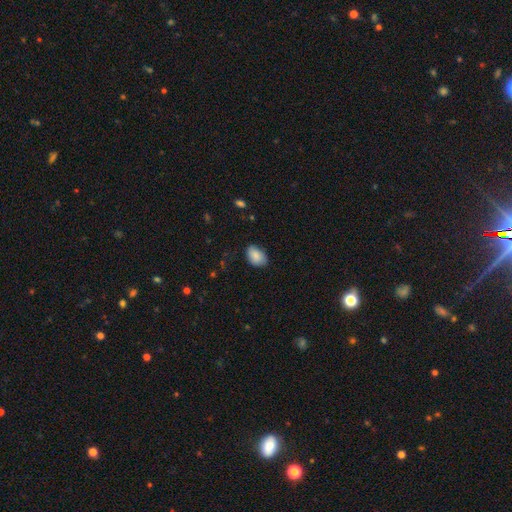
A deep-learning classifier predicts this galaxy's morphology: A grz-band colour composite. It shows a smooth galaxy with no disk features (87%) that is in between round and cigar-shaped (87%). Merging: none (76%).